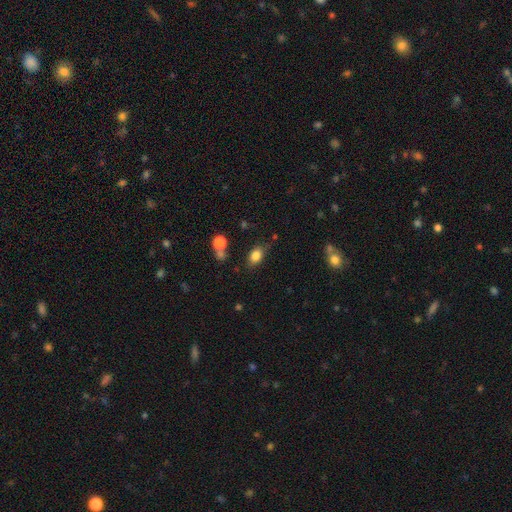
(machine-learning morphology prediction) A smooth galaxy with no disk features (82%) that is in between round and cigar-shaped (81%).

Vote fractions:
- Smooth or featured? smooth: 82% / star or artifact: 10% / featured or disk: 8%
- How rounded? in between: 81% / round: 17% / cigar-shaped: 3%
- Merging? none: 73% / minor disturbance: 18% / major disturbance: 5% / merger: 5%